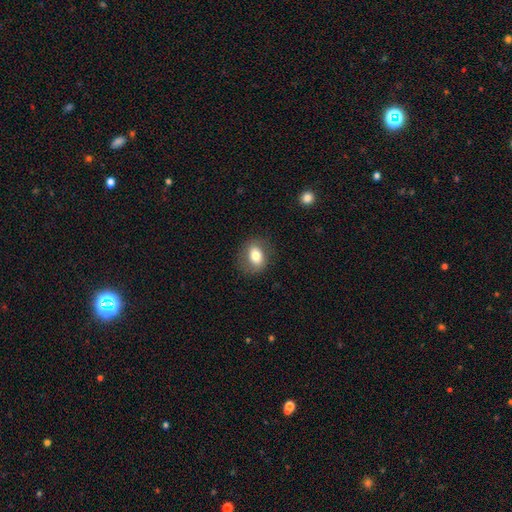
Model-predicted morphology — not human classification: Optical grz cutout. It shows a smooth galaxy with no disk features (74%) that is in between round and cigar-shaped (64%). Merging: none (79%).